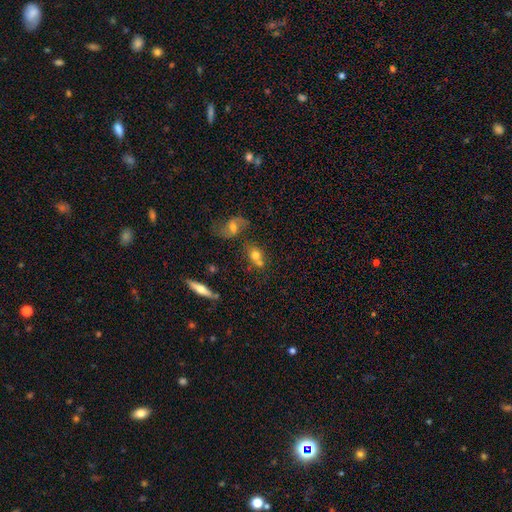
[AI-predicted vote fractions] Morphology: type=smooth (67%); roundness=round (49%); merging=none (45%).